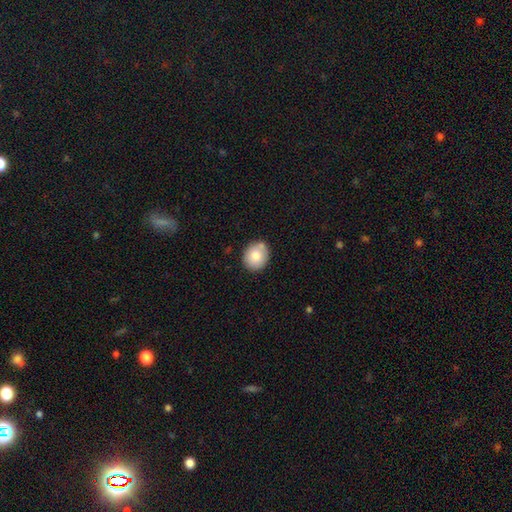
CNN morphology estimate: Smooth or featured? Predicted: smooth (p=0.79). How rounded? Predicted: round (p=0.74). Merging? Predicted: none (p=0.77).